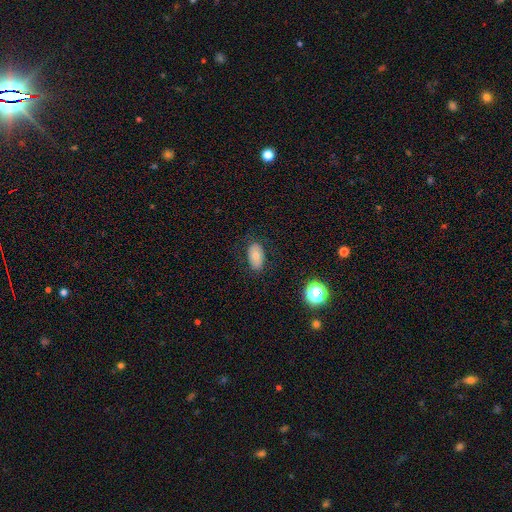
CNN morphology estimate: smooth-or-featured: smooth: 68% | featured or disk: 22% | star or artifact: 10%
  how-rounded: in between: 91% | round: 7% | cigar-shaped: 2%
  merging: none: 80% | minor disturbance: 14% | major disturbance: 4% | merger: 1%